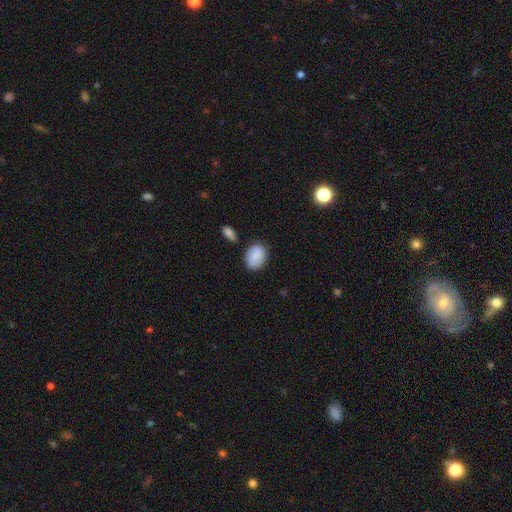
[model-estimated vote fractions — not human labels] This is clearly a smooth galaxy (85%). How rounded: likely in between (67%). Merging: likely none (74%).